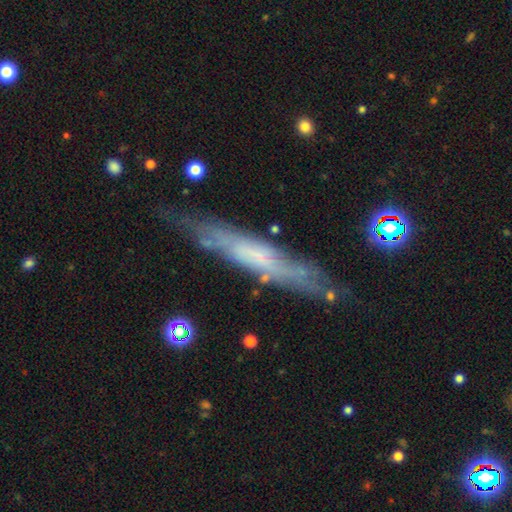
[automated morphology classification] A featured or disk galaxy (61%) viewed edge-on (74%).

Vote fractions:
- Smooth or featured? featured or disk: 61% / smooth: 30% / star or artifact: 8%
- Edge-on disk? yes: 74% / no: 26%
- Merging? none: 74% / minor disturbance: 18% / major disturbance: 5% / merger: 3%